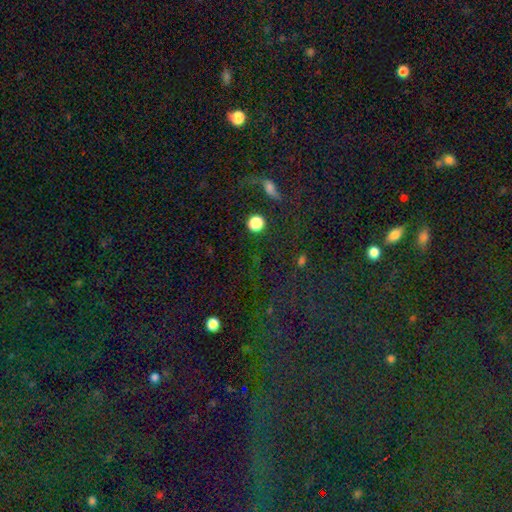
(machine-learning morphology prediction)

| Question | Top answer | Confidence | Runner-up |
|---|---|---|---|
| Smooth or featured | star or artifact | 81% | smooth (11%) |